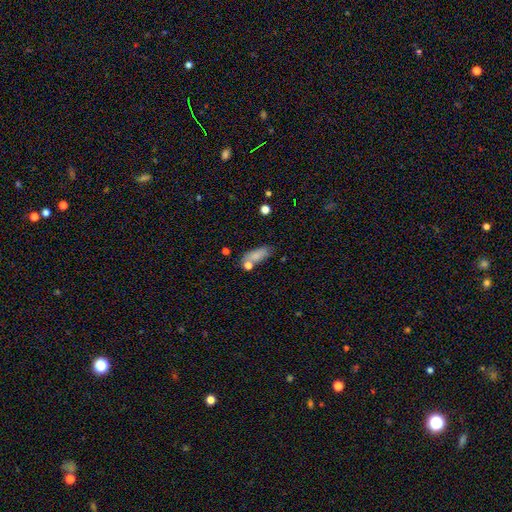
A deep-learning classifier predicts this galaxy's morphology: smooth_or_featured: smooth (p=0.79) [alt: featured or disk p=0.11]
how_rounded: in between (p=0.69) [alt: cigar-shaped p=0.26]
merging: none (p=0.55) [alt: minor disturbance p=0.20]